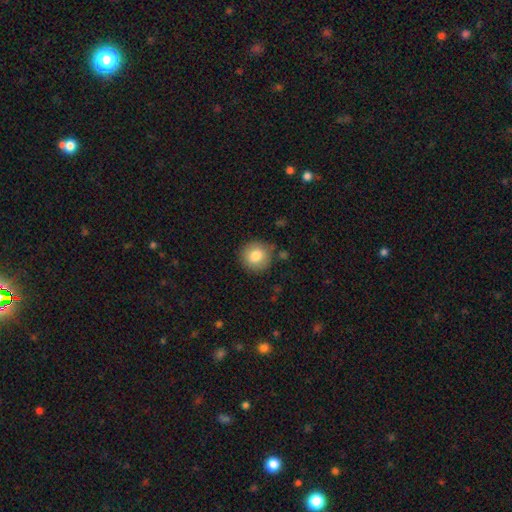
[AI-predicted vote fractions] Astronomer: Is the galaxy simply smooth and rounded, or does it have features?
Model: smooth — 82%.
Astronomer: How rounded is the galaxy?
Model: round — 92%.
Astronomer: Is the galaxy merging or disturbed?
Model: none — 85%.